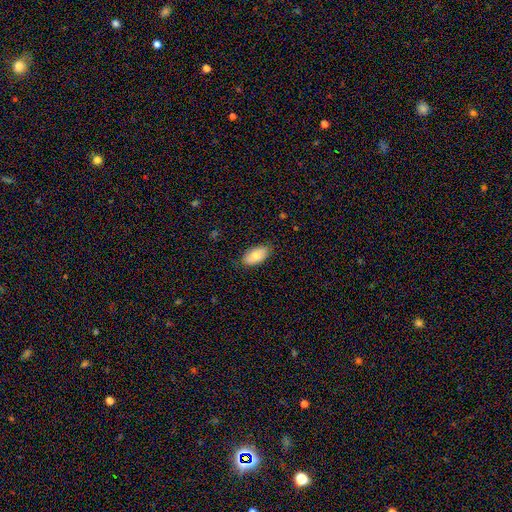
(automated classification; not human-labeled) This appears to be a smooth galaxy with no disk features (78%) that is in between round and cigar-shaped (95%). Merging: none (84%).